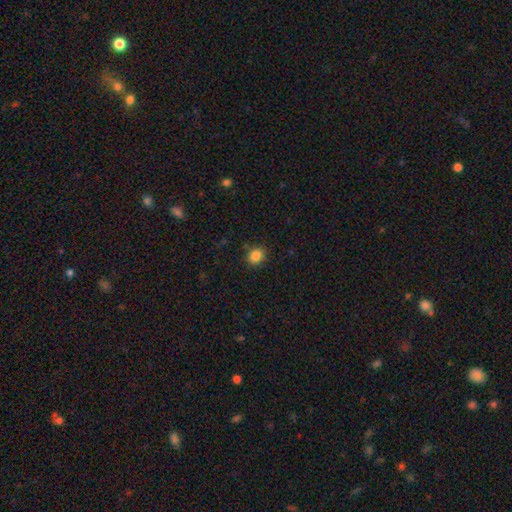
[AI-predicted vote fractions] The model was most divided on "how rounded": round: 65%, in between: 34%, cigar-shaped: 1%. More confident: merging — none (86%); smooth or featured — smooth (85%).